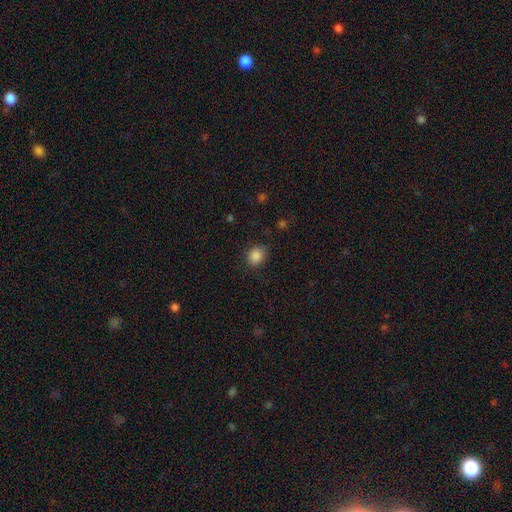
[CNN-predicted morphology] Smooth or featured? Predicted: smooth (p=0.86). How rounded? Predicted: round (p=0.62). Merging? Predicted: none (p=0.82).